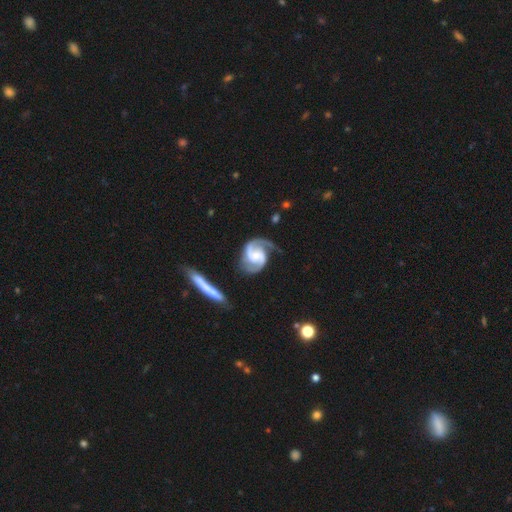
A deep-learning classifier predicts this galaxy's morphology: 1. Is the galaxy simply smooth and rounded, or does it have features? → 92% featured or disk, 4% smooth, 4% star or artifact.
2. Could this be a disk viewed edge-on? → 98% no, 2% yes.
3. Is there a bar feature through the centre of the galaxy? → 52% no, 36% weak, 12% strong.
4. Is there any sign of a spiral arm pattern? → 98% yes, 2% no.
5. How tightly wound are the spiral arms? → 55% medium, 29% tight, 16% loose.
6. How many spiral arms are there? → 91% 2, 2% 1, 2% can't tell, 2% 3, 1% 4, 1% more than 4.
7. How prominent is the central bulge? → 49% small, 40% moderate, 6% none, 3% large, 1% dominant.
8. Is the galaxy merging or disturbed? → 66% none, 19% minor disturbance, 10% major disturbance, 5% merger.